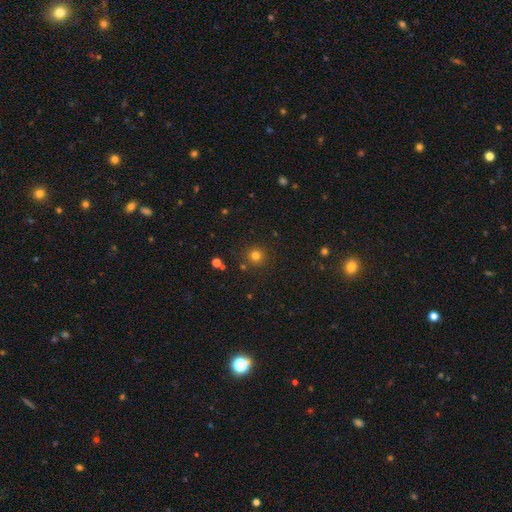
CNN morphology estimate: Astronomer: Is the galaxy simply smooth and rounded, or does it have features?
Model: smooth — 76%.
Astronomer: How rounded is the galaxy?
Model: round — 94%.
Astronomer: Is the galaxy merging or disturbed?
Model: none — 87%.